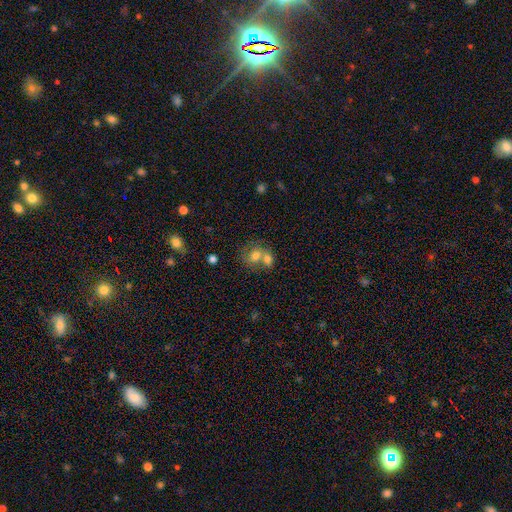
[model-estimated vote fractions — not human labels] Smooth or featured?
  - smooth: 66% *
  - featured or disk: 24%
  - star or artifact: 10%
How rounded?
  - round: 57% *
  - in between: 42%
  - cigar-shaped: 1%
Merging?
  - merger: 60% *
  - none: 26%
  - minor disturbance: 9%
  - major disturbance: 5%